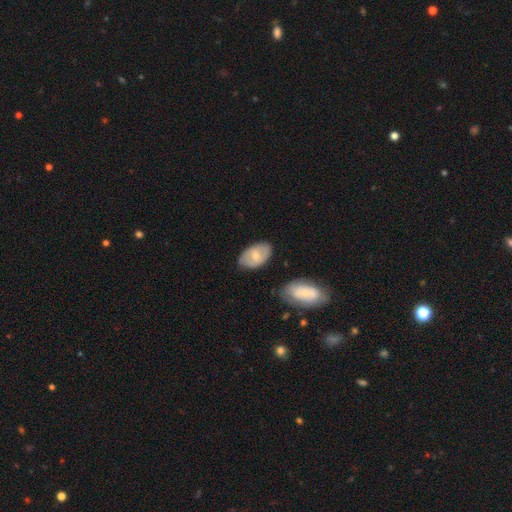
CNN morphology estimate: Overall: smooth (58%; featured or disk 36%). How rounded: in between (92%). Merging: none (78%).